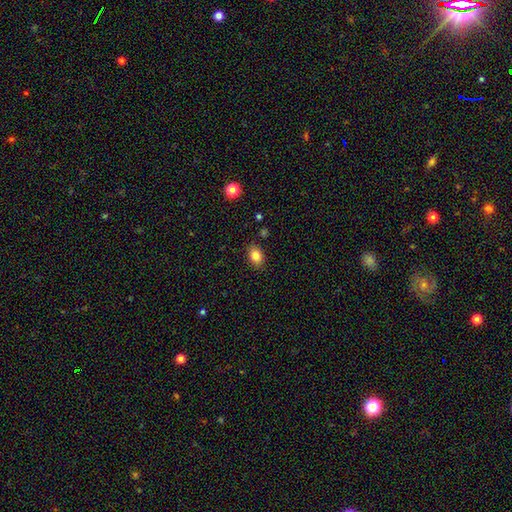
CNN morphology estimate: The model was most divided on "how rounded": in between: 78%, round: 21%, cigar-shaped: 1%. More confident: merging — none (85%); smooth or featured — smooth (84%).